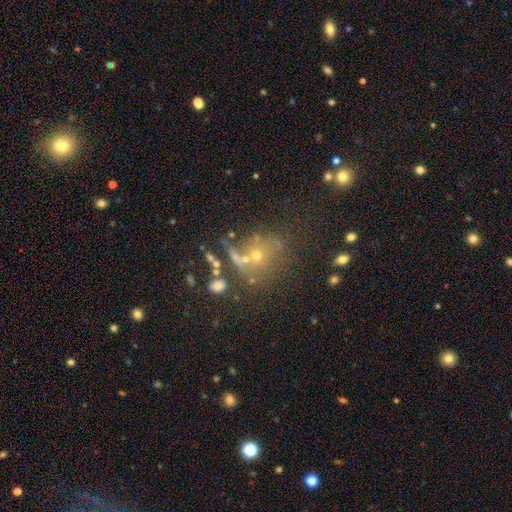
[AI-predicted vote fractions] smooth-or-featured: star or artifact: 47% | smooth: 33% | featured or disk: 20%